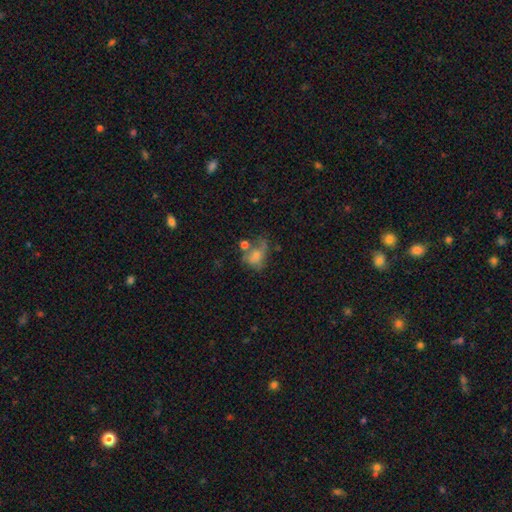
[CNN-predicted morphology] Smooth or featured? Predicted: smooth (p=0.45). Merging? Predicted: none (p=0.31).